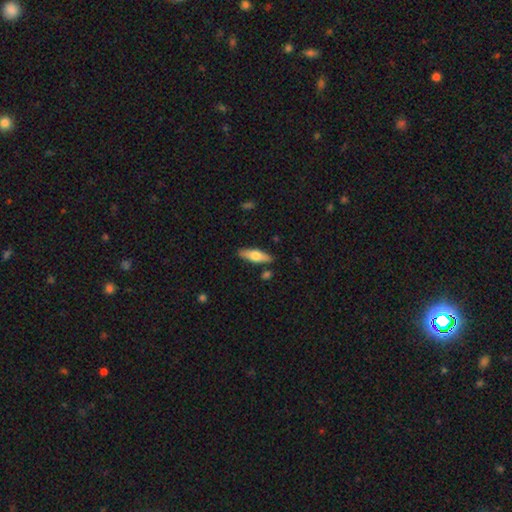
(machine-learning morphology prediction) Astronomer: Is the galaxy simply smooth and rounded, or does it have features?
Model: smooth — 56% (runner-up: featured or disk, 38%).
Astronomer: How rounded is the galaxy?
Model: cigar-shaped — 53% (runner-up: in between, 45%).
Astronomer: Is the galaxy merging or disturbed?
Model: none — 85%.